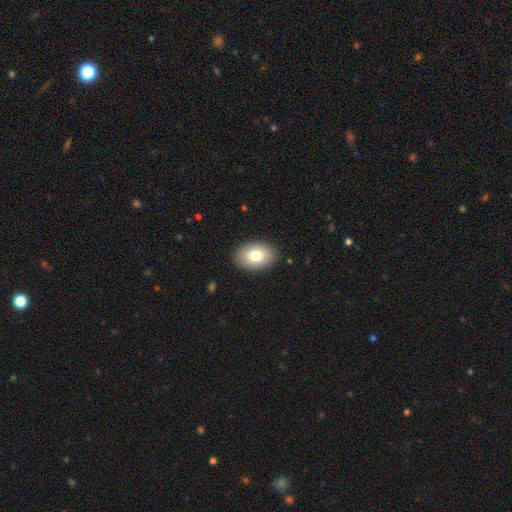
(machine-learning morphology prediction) Overall: smooth (79%). How rounded: in between (84%). Merging: none (89%).